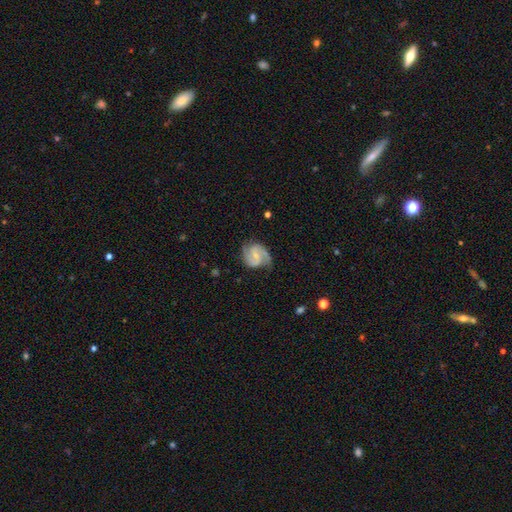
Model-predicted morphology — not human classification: featured or disk 86%, smooth 10%, star or artifact 5%. Down the decision tree: edge-on disk — no (98%); bar — weak (49%); spiral arms — yes (97%); spiral arm count — 2 (88%); spiral winding — medium (53%); bulge size — small (62%); merging — none (73%).